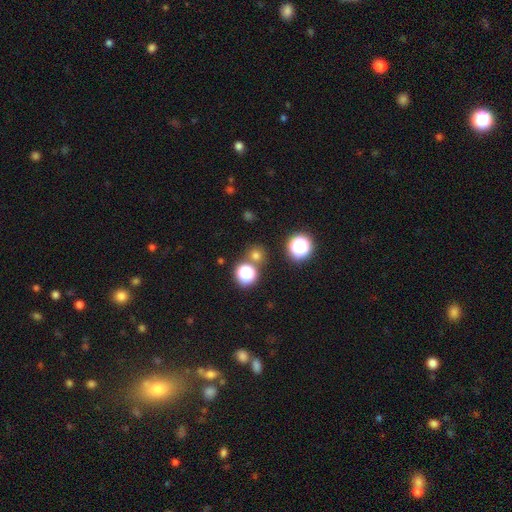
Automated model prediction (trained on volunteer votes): A smooth galaxy with no disk features (65%) that is round (90%). Merging: none (79%).